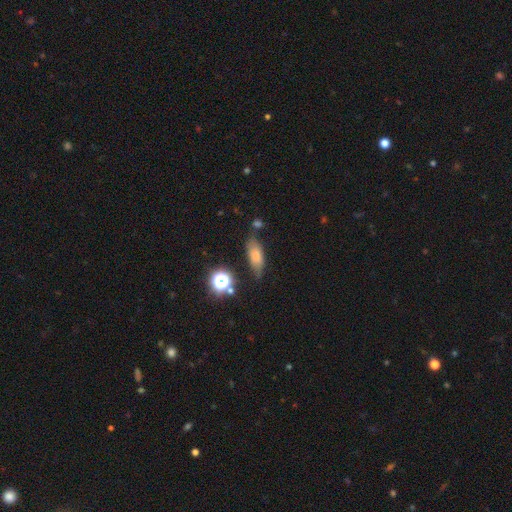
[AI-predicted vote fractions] Smooth or featured? Predicted: smooth (p=0.71). How rounded? Predicted: in between (p=0.68). Merging? Predicted: none (p=0.59).